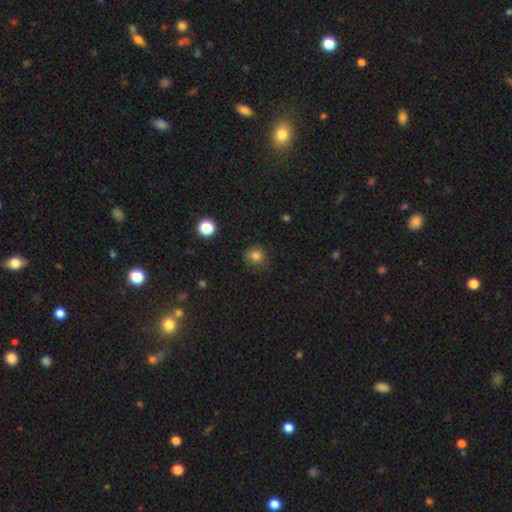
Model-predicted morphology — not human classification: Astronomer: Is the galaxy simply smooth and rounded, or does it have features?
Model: smooth — 81%.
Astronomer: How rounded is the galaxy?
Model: round — 85%.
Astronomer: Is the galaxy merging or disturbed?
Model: none — 82%.